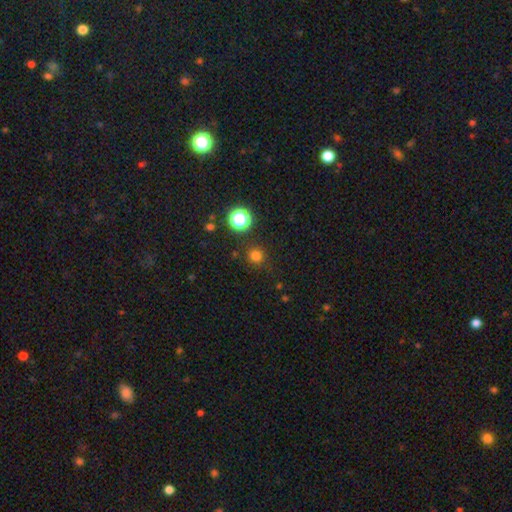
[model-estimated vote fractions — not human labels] This is likely a smooth galaxy (76%). How rounded: clearly round (93%). Merging: clearly none (87%).